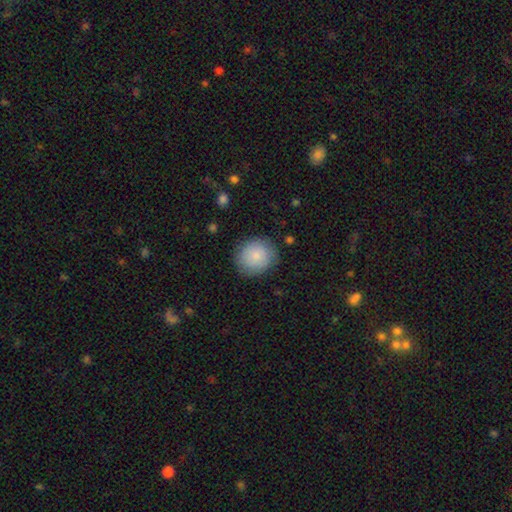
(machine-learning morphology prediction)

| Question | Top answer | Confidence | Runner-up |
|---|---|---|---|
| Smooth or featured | smooth | 85% | featured or disk (9%) |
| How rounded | round | 84% | in between (15%) |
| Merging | none | 83% | minor disturbance (13%) |